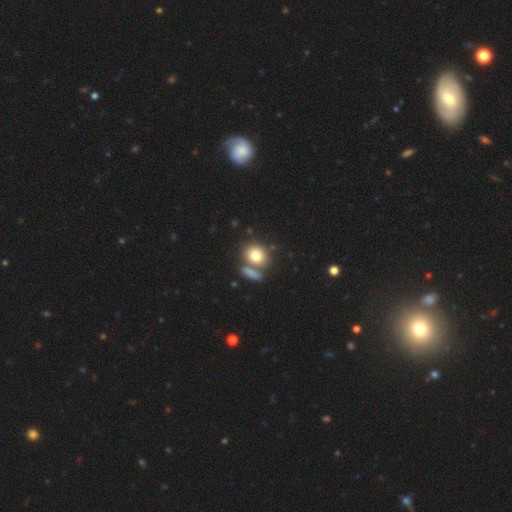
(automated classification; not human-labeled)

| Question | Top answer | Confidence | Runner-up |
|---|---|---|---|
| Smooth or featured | smooth | 79% | featured or disk (12%) |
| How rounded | round | 65% | in between (32%) |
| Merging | none | 55% | merger (30%) |